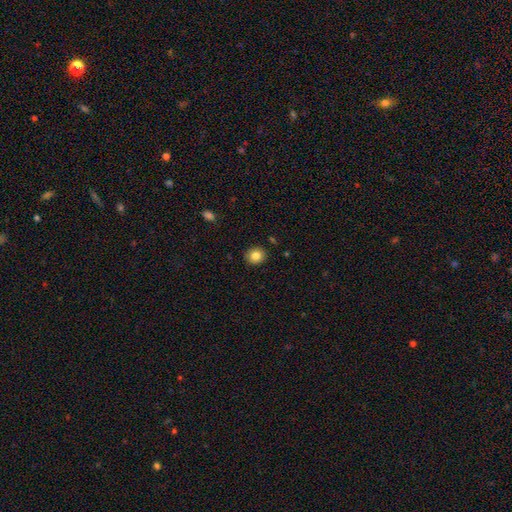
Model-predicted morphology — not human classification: Smooth or featured?
  - smooth: 82% *
  - star or artifact: 10%
  - featured or disk: 8%
How rounded?
  - round: 74% *
  - in between: 25%
  - cigar-shaped: 1%
Merging?
  - none: 89% *
  - minor disturbance: 8%
  - major disturbance: 2%
  - merger: 1%